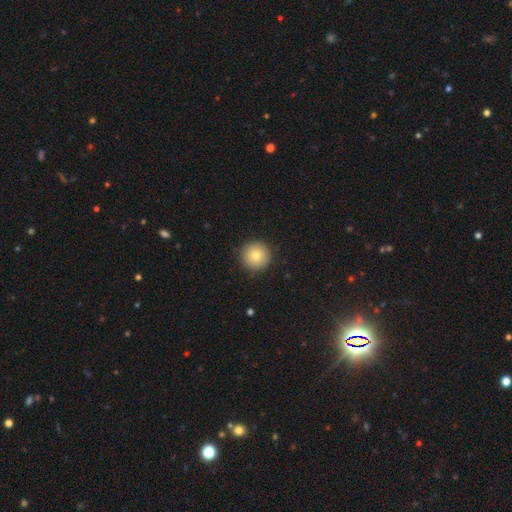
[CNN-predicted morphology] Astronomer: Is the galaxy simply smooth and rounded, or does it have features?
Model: smooth — 78%.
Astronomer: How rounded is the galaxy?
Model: round — 96%.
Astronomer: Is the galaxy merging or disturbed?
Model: none — 91%.